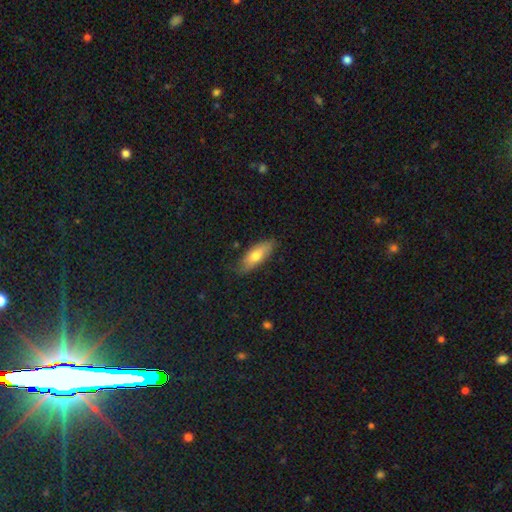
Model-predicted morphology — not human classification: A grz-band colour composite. It shows a smooth galaxy with no disk features (68%) that is in between round and cigar-shaped (66%). Merging: none (78%).